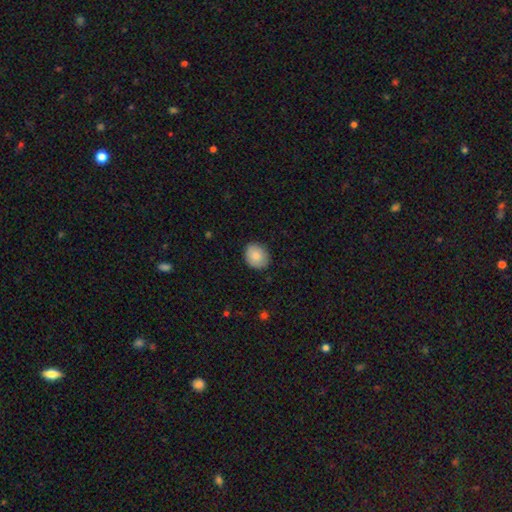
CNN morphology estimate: smooth-or-featured: smooth: 85% | featured or disk: 7% | star or artifact: 7%
  how-rounded: round: 64% | in between: 35% | cigar-shaped: 1%
  merging: none: 85% | minor disturbance: 11% | major disturbance: 2% | merger: 1%